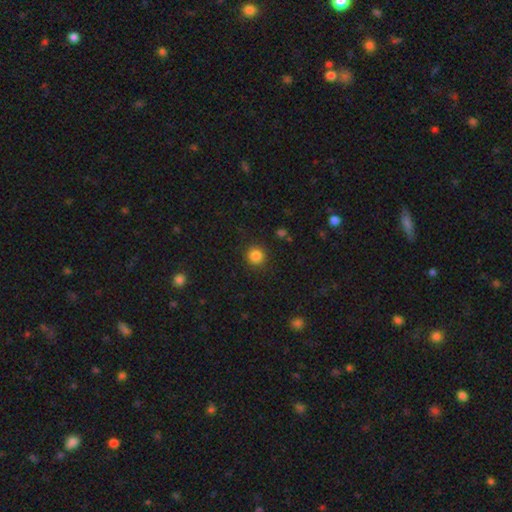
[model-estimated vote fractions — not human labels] Smooth or featured? smooth (84%)
How rounded? round (93%)
Merging? none (90%)